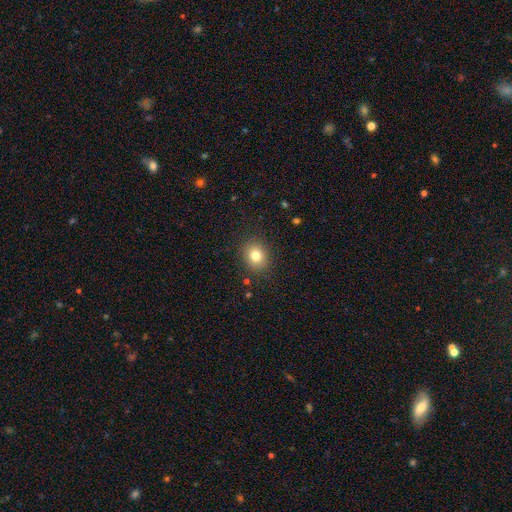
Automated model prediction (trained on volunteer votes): The model was most divided on "how rounded": round: 66%, in between: 33%, cigar-shaped: 1%. More confident: merging — none (88%); smooth or featured — smooth (80%).